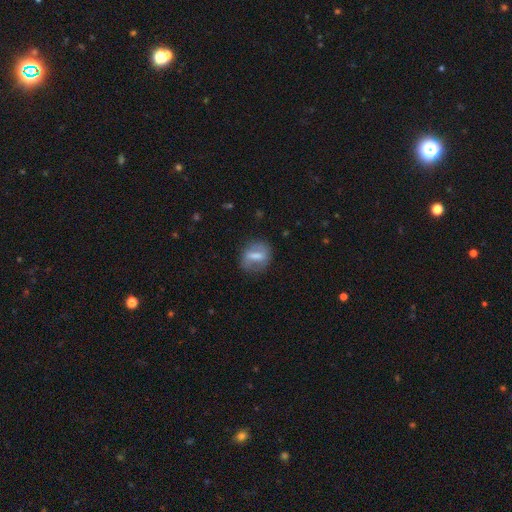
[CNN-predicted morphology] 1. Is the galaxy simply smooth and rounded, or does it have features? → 49% smooth, 43% featured or disk, 9% star or artifact.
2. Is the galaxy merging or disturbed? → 72% none, 18% minor disturbance, 8% major disturbance, 2% merger.